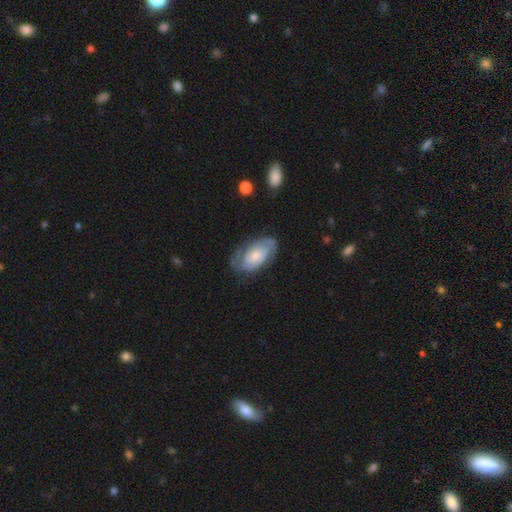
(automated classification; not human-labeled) featured or disk 68%, smooth 26%, star or artifact 6%. Down the decision tree: edge-on disk — no (95%); bar — no (65%); spiral arms — yes (87%); spiral arm count — 2 (66%); spiral winding — tight (48%); bulge size — small (45%); merging — none (70%).